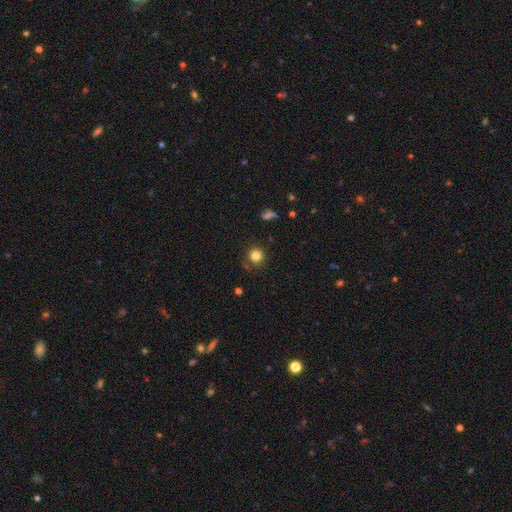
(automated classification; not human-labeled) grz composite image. It shows a smooth galaxy with no disk features (82%) that is round (93%). Merging: none (84%).